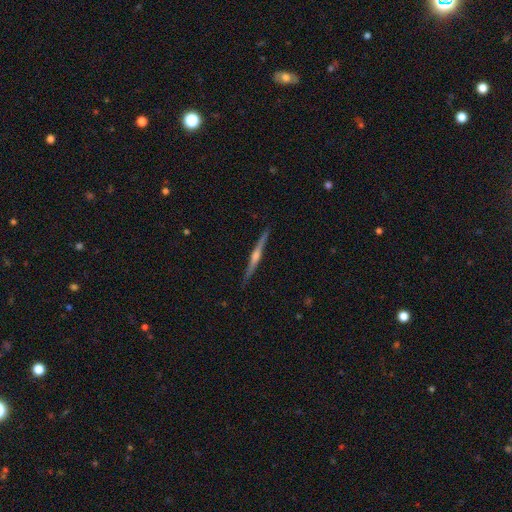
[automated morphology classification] Smooth or featured? Predicted: featured or disk (p=0.84). Edge-on disk? Predicted: yes (p=0.99). Edge-on bulge? Predicted: rounded (p=0.85). Merging? Predicted: none (p=0.91).